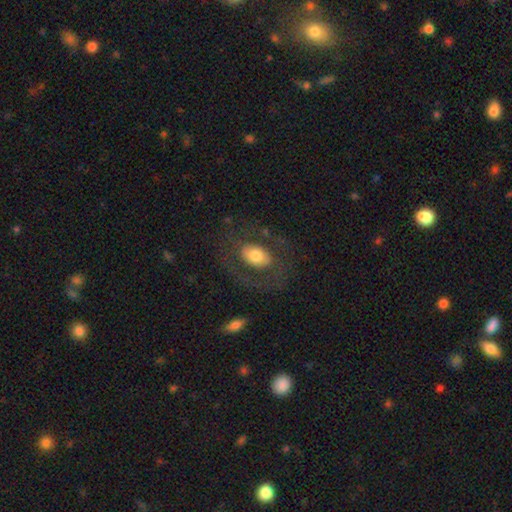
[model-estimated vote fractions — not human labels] The model was most divided on "smooth or featured": smooth: 57%, featured or disk: 36%, star or artifact: 7%. More confident: how rounded — in between (85%); merging — none (65%).